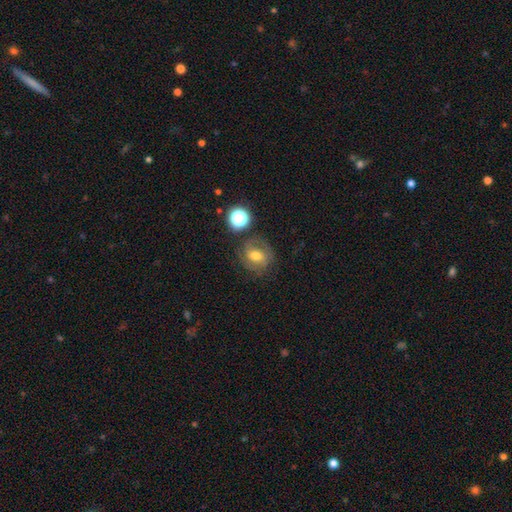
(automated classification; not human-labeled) Morphology: type=smooth (44%); merging=none (68%).